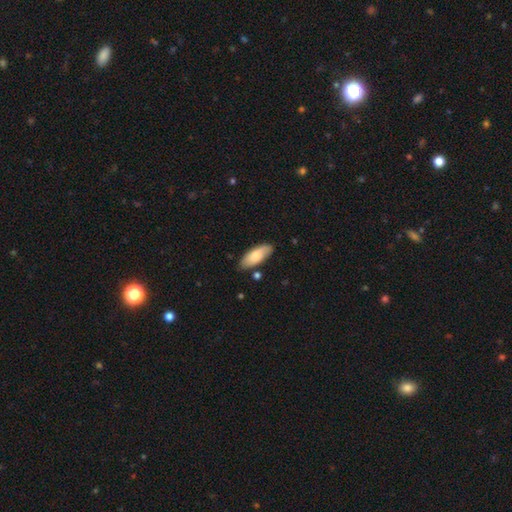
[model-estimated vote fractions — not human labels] Smooth or featured: smooth — 75% (featured or disk — 19%)
How rounded: in between — 79% (cigar-shaped — 19%)
Merging: none — 80% (minor disturbance — 14%)